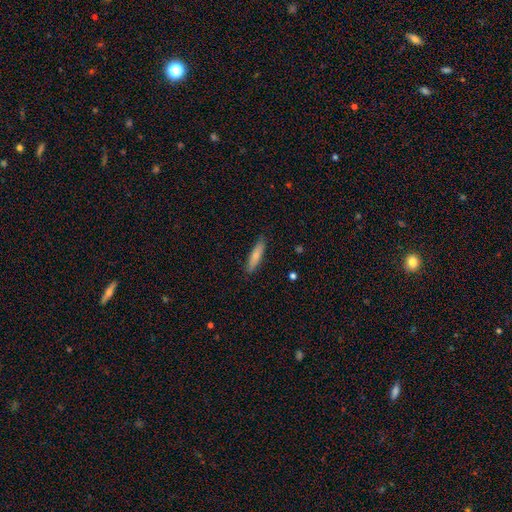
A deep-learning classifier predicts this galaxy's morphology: smooth_or_featured: smooth (p=0.76) [alt: featured or disk p=0.18]
how_rounded: cigar-shaped (p=0.80) [alt: in between p=0.18]
merging: none (p=0.87) [alt: minor disturbance p=0.10]